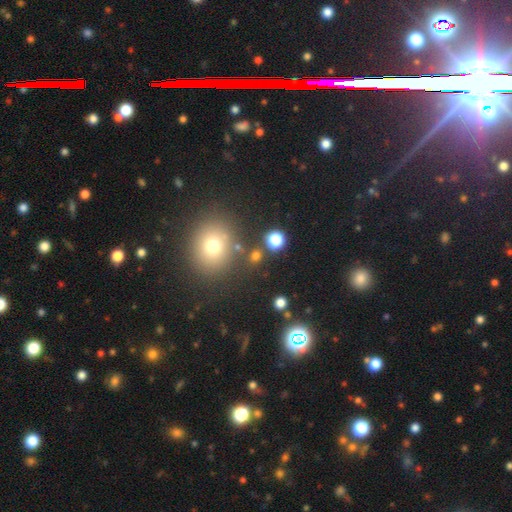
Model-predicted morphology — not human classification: Smooth or featured? smooth (68%)
How rounded? round (78%)
Merging? none (76%)